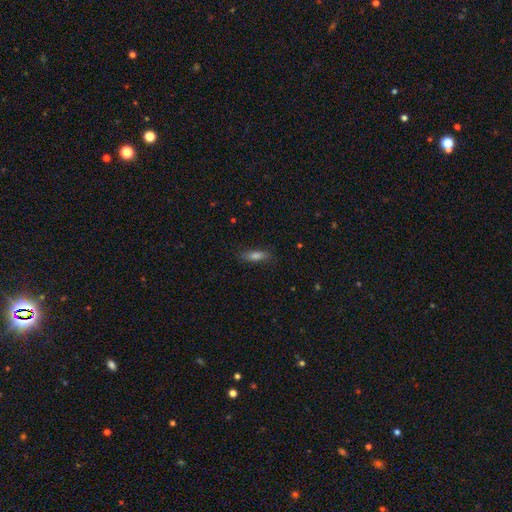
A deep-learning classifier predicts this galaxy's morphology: This appears to be a smooth galaxy with no disk features (70%) that is cigar-shaped (59%). Merging: none (84%).